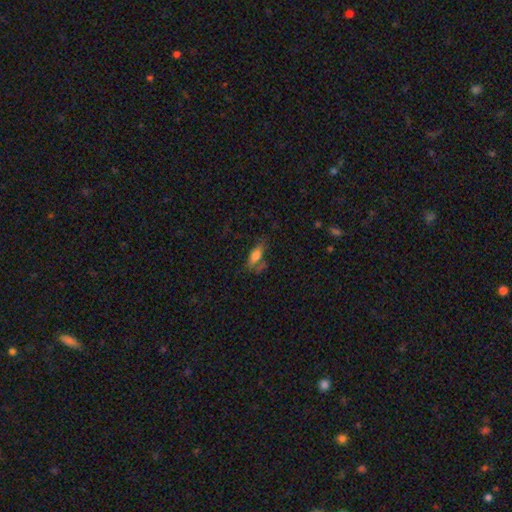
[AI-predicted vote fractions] Q: Smooth or featured?
A: smooth (70%); runner-up: featured or disk (19%)
Q: How rounded?
A: in between (72%); runner-up: cigar-shaped (24%)
Q: Merging?
A: none (51%); runner-up: minor disturbance (24%)